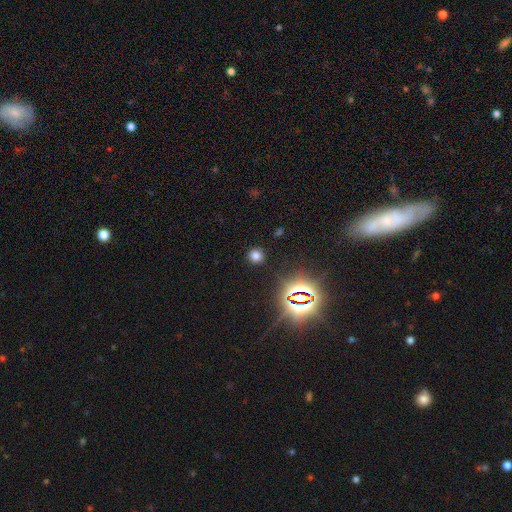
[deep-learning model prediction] Smooth or featured? Predicted: smooth (p=0.69). How rounded? Predicted: round (p=0.91). Merging? Predicted: none (p=0.89).